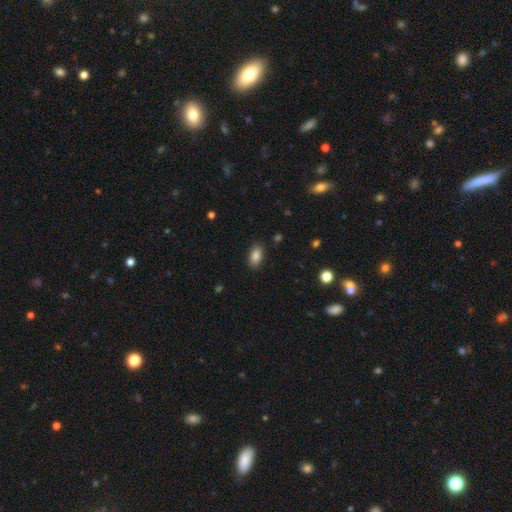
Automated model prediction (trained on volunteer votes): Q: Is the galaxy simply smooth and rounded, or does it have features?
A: smooth — 86%.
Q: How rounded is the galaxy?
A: in between — 91%.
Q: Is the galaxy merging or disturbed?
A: none — 87%.